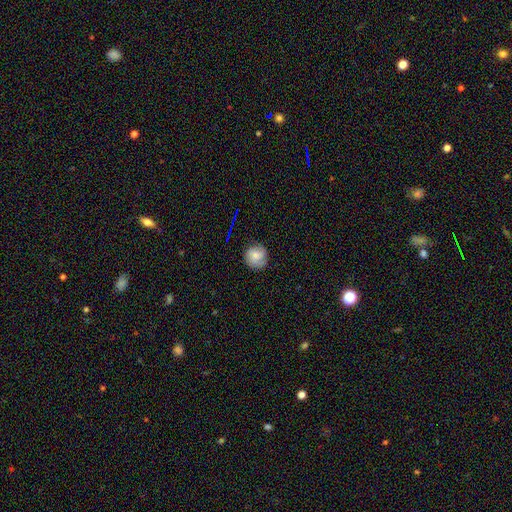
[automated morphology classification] smooth 64%, featured or disk 27%, star or artifact 9%. Down the decision tree: how rounded — round (89%); merging — none (77%).